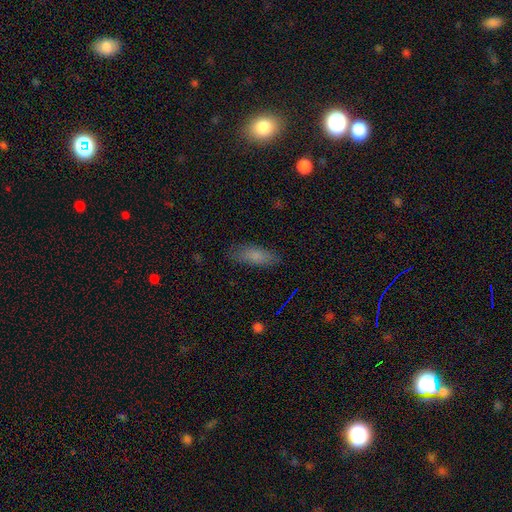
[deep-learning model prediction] This is likely a smooth galaxy (79%). How rounded: likely in between (66%). Merging: clearly none (82%).